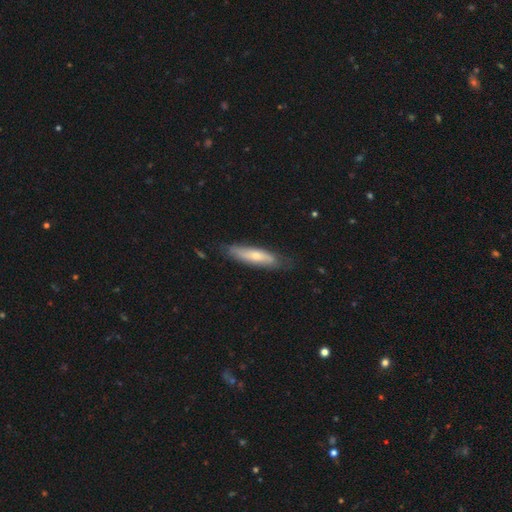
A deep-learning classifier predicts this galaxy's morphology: Overall: smooth (51%; featured or disk 43%). How rounded: cigar-shaped (65%; in between 33%). Merging: none (73%).